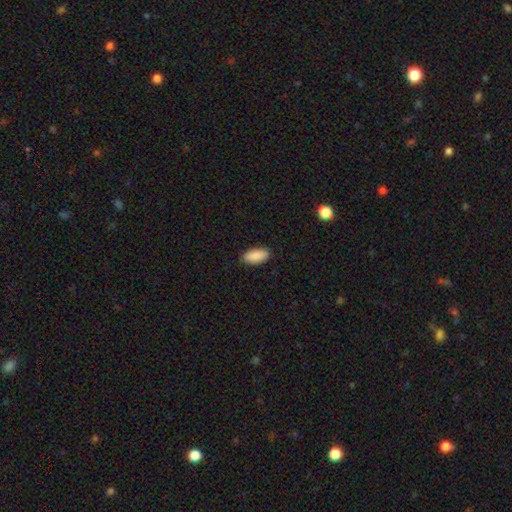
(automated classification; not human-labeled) Morphology: type=smooth (91%); roundness=in between (92%); merging=none (88%).